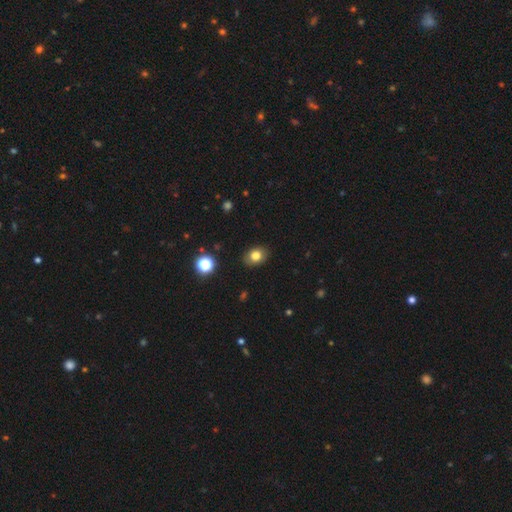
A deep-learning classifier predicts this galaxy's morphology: Smooth or featured?
  - smooth: 79% *
  - star or artifact: 11%
  - featured or disk: 10%
How rounded?
  - in between: 61% *
  - round: 38%
  - cigar-shaped: 1%
Merging?
  - none: 87% *
  - minor disturbance: 9%
  - major disturbance: 2%
  - merger: 1%